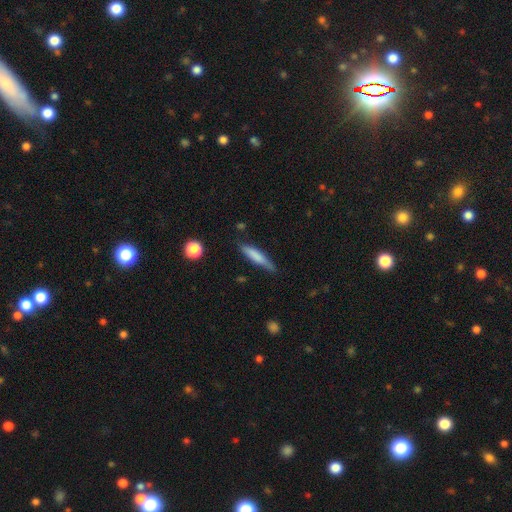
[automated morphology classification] The model was most divided on "smooth or featured": smooth: 71%, featured or disk: 22%, star or artifact: 7%. More confident: how rounded — cigar-shaped (85%); merging — none (72%).